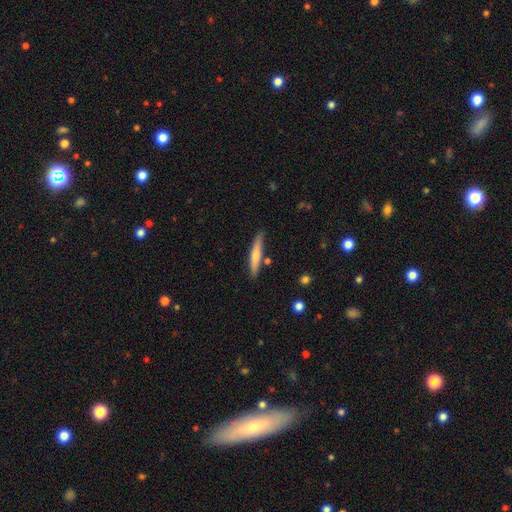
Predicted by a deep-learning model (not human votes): smooth-or-featured: smooth: 62% | featured or disk: 32% | star or artifact: 6%
  how-rounded: cigar-shaped: 91% | in between: 8% | round: 1%
  merging: none: 81% | minor disturbance: 11% | merger: 5% | major disturbance: 2%